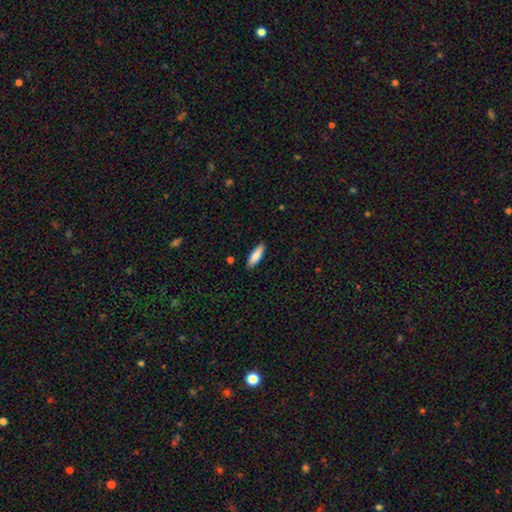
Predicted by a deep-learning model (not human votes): Smooth or featured? smooth (82%)
How rounded? in between (50%)
Merging? none (87%)